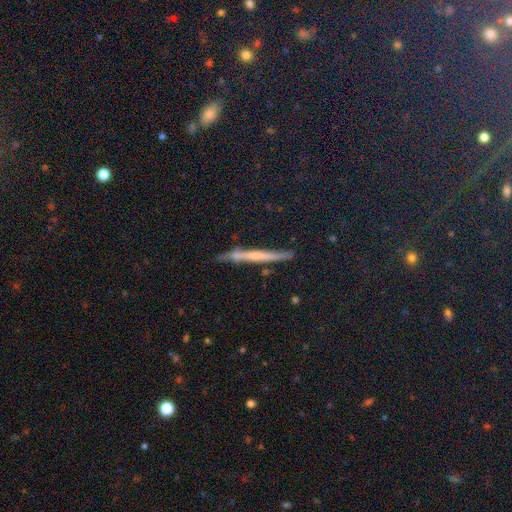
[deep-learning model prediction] Smooth or featured?
  - featured or disk: 39% *
  - smooth: 38%
  - star or artifact: 23%
Merging?
  - none: 78% *
  - minor disturbance: 15%
  - major disturbance: 3%
  - merger: 3%